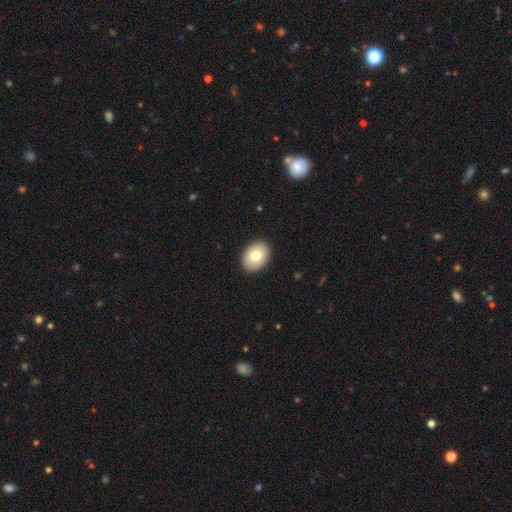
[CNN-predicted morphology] This appears to be a smooth galaxy with no disk features (76%) that is in between round and cigar-shaped (68%). Merging: none (91%).